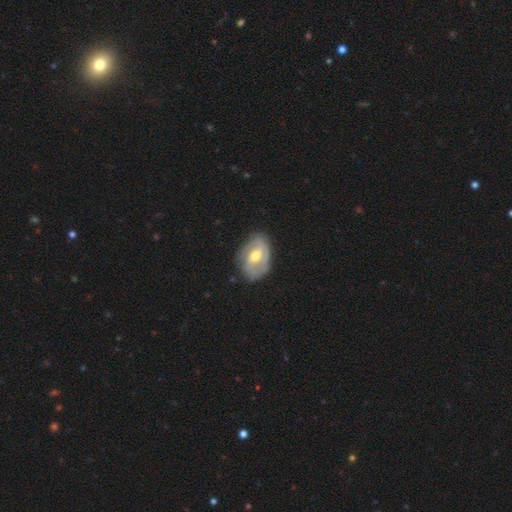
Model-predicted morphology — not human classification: Smooth or featured: featured or disk — 68% (smooth — 26%)
Edge-on disk: no — 95% (yes — 5%)
Bar: weak — 45% (no — 32%)
Spiral arms: yes — 69% (no — 31%)
Bulge size: moderate — 72% (small — 21%)
Merging: none — 68% (minor disturbance — 23%)